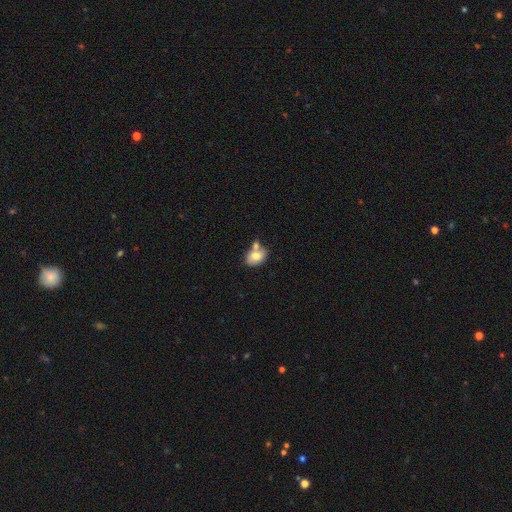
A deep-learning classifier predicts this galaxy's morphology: smooth_or_featured: smooth (p=0.74) [alt: featured or disk p=0.19]
how_rounded: in between (p=0.81) [alt: round p=0.17]
merging: none (p=0.44) [alt: merger p=0.38]